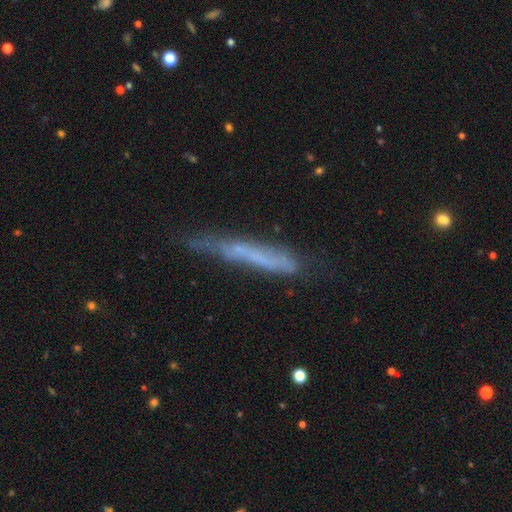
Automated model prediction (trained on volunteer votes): Smooth or featured?
  - featured or disk: 46% *
  - smooth: 44%
  - star or artifact: 10%
Merging?
  - none: 64% *
  - minor disturbance: 25%
  - major disturbance: 8%
  - merger: 3%